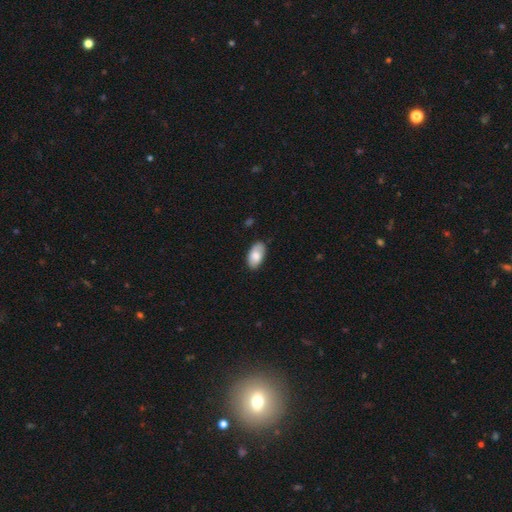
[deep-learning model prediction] The model was most divided on "merging": none: 82%, minor disturbance: 14%, major disturbance: 2%, merger: 1%. More confident: how rounded — in between (95%); smooth or featured — smooth (82%).